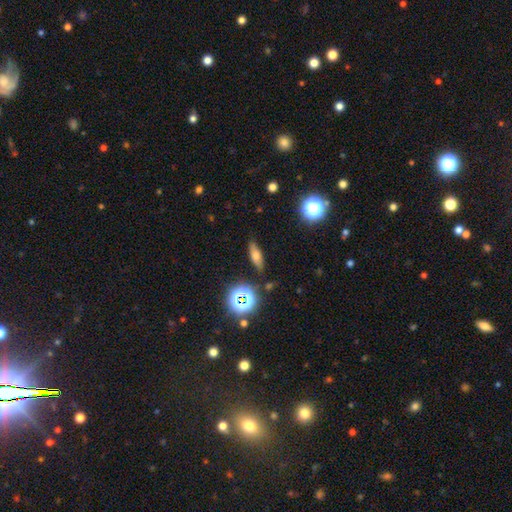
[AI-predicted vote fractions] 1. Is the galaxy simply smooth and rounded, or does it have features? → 58% smooth, 23% featured or disk, 19% star or artifact.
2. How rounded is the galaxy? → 50% in between, 41% cigar-shaped, 9% round.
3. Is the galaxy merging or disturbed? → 85% none, 10% minor disturbance, 3% major disturbance, 2% merger.